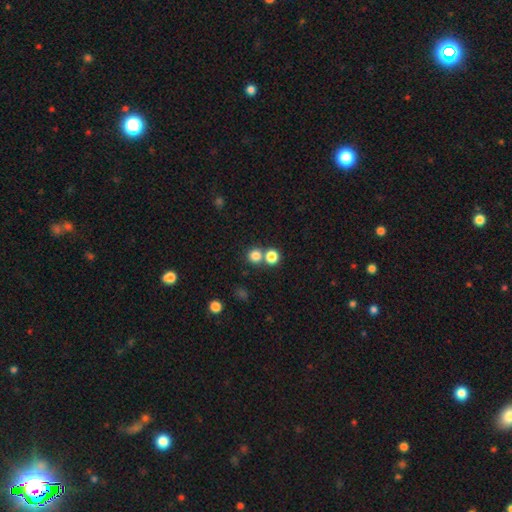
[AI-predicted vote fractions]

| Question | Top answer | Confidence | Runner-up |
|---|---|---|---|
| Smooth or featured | smooth | 80% | star or artifact (14%) |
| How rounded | round | 91% | in between (8%) |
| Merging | none | 62% | merger (30%) |